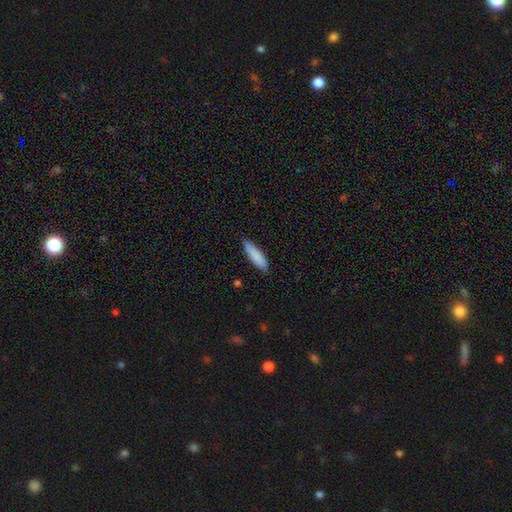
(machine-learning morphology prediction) Smooth or featured?
  - smooth: 86% *
  - featured or disk: 8%
  - star or artifact: 6%
How rounded?
  - cigar-shaped: 69% *
  - in between: 30%
  - round: 1%
Merging?
  - none: 85% *
  - minor disturbance: 12%
  - major disturbance: 2%
  - merger: 1%